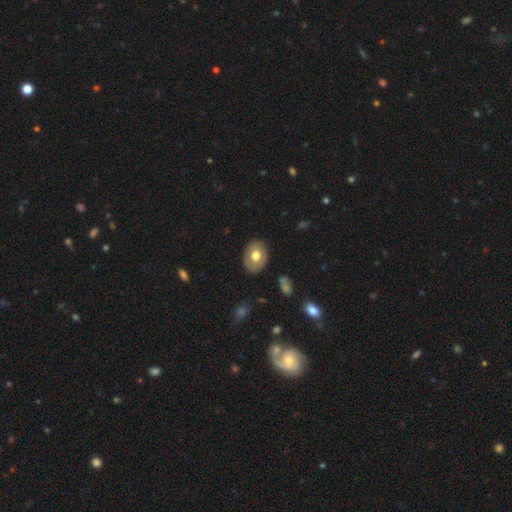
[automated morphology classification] smooth 63%, featured or disk 30%, star or artifact 7%. Down the decision tree: how rounded — in between (70%); merging — none (85%).